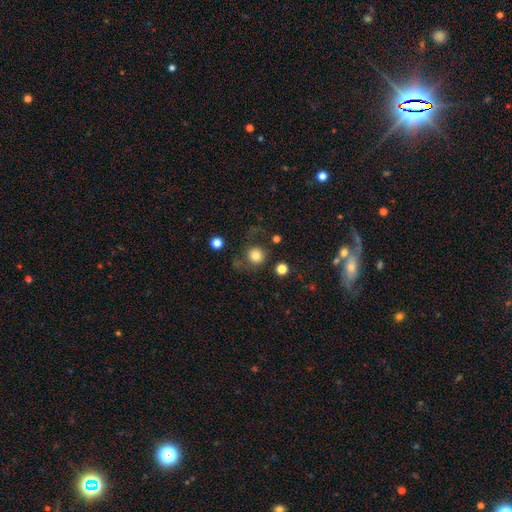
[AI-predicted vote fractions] smooth-or-featured: smooth: 80% | star or artifact: 12% | featured or disk: 8%
  how-rounded: round: 92% | in between: 8% | cigar-shaped: 1%
  merging: none: 69% | minor disturbance: 14% | major disturbance: 11% | merger: 6%